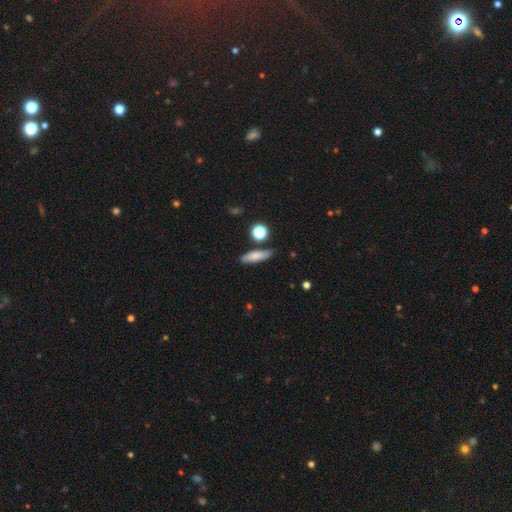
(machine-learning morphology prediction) A smooth galaxy with no disk features (75%) that is cigar-shaped (62%).

Vote fractions:
- Smooth or featured? smooth: 75% / featured or disk: 16% / star or artifact: 9%
- How rounded? cigar-shaped: 62% / in between: 33% / round: 6%
- Merging? none: 78% / minor disturbance: 13% / merger: 5% / major disturbance: 3%